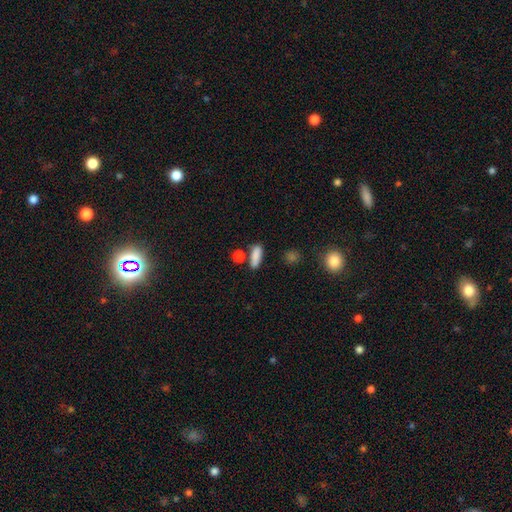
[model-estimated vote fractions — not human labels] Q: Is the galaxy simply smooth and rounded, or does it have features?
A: smooth — 85%.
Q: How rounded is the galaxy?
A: in between — 55%.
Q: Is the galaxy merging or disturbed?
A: none — 73%.